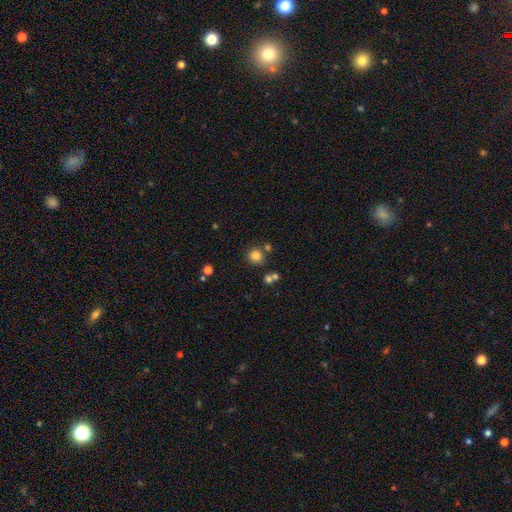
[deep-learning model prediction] Smooth or featured? Predicted: smooth (p=0.81). How rounded? Predicted: round (p=0.92). Merging? Predicted: none (p=0.78).